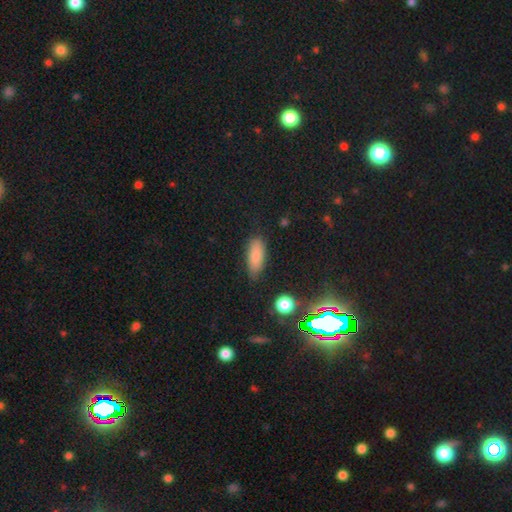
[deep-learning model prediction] Overall: smooth (83%). How rounded: in between (74%). Merging: none (77%).